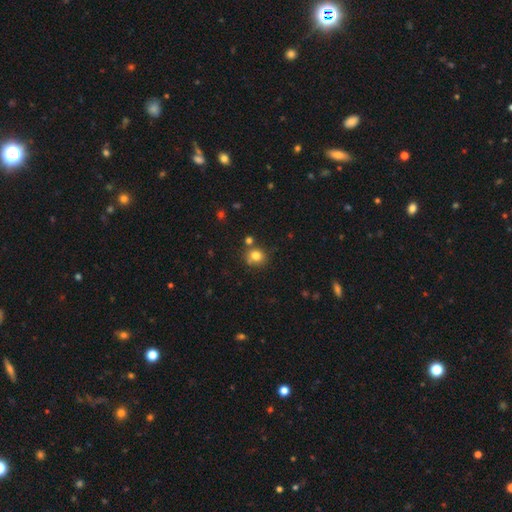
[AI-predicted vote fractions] Smooth or featured?
  - smooth: 79% *
  - star or artifact: 13%
  - featured or disk: 8%
How rounded?
  - round: 80% *
  - in between: 19%
  - cigar-shaped: 1%
Merging?
  - none: 71% *
  - minor disturbance: 13%
  - merger: 13%
  - major disturbance: 4%